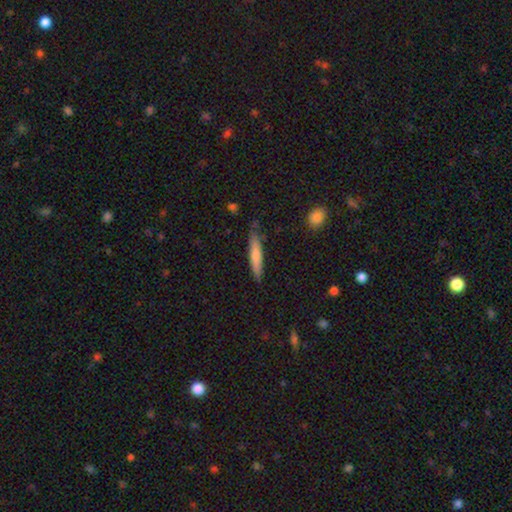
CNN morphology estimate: The model was most divided on "smooth or featured": smooth: 74%, featured or disk: 20%, star or artifact: 6%. More confident: how rounded — cigar-shaped (90%); merging — none (82%).